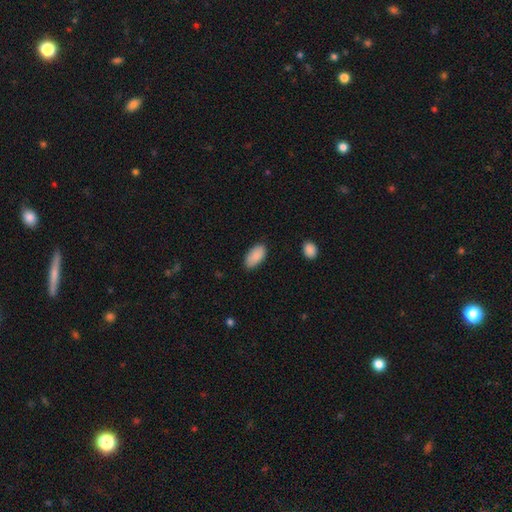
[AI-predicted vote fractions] This appears to be a smooth galaxy with no disk features (88%) that is in between round and cigar-shaped (95%). Merging: none (82%).